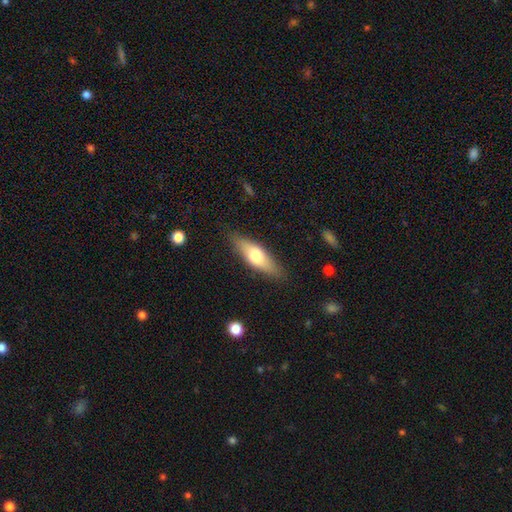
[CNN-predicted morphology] This is likely a smooth galaxy (61%). How rounded: possibly in between (49%). Merging: clearly none (85%).